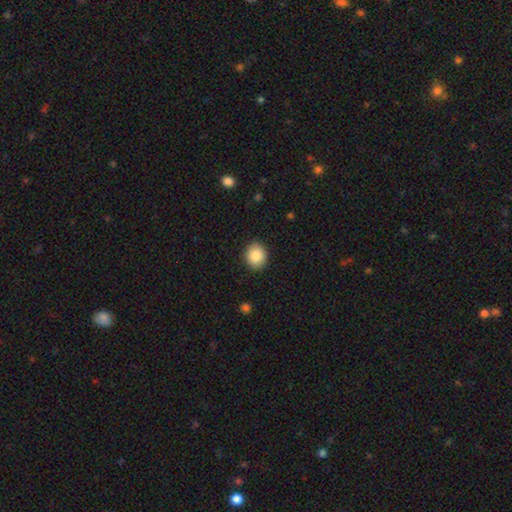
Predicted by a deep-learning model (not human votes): Overall: smooth (85%). How rounded: round (71%). Merging: none (91%).